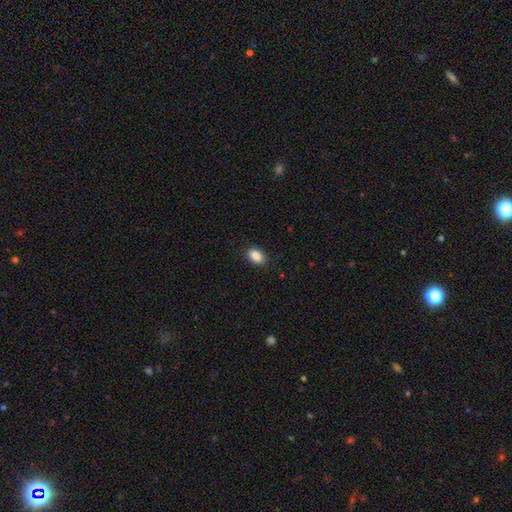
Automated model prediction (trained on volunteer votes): smooth 88%, star or artifact 8%, featured or disk 4%. Down the decision tree: how rounded — in between (84%); merging — none (89%).